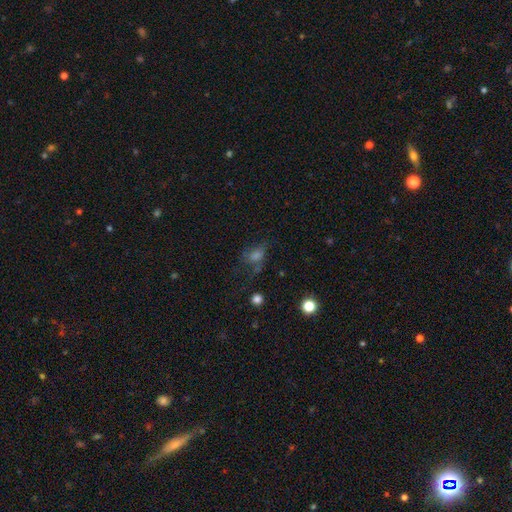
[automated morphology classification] smooth-or-featured: smooth: 42% | star or artifact: 31% | featured or disk: 27%
  merging: none: 44% | major disturbance: 29% | minor disturbance: 21% | merger: 5%